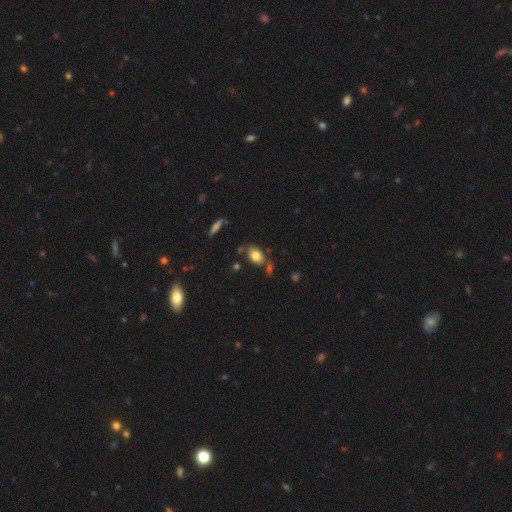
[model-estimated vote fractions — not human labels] Overall: smooth (78%). How rounded: in between (81%). Merging: none (65%).